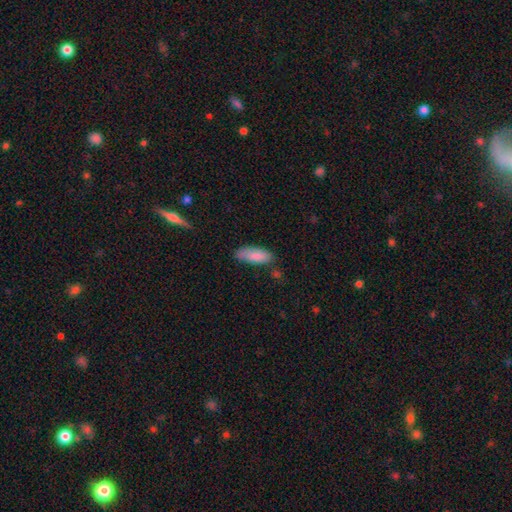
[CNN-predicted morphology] Smooth or featured?
  - smooth: 86% *
  - featured or disk: 8%
  - star or artifact: 6%
How rounded?
  - in between: 72% *
  - cigar-shaped: 26%
  - round: 2%
Merging?
  - none: 69% *
  - minor disturbance: 23%
  - major disturbance: 4%
  - merger: 4%